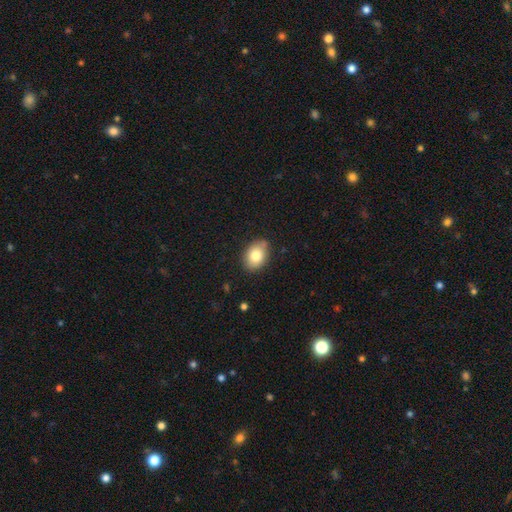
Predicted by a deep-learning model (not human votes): smooth_or_featured: smooth (p=0.80) [alt: featured or disk p=0.12]
how_rounded: in between (p=0.76) [alt: round p=0.23]
merging: none (p=0.82) [alt: minor disturbance p=0.14]